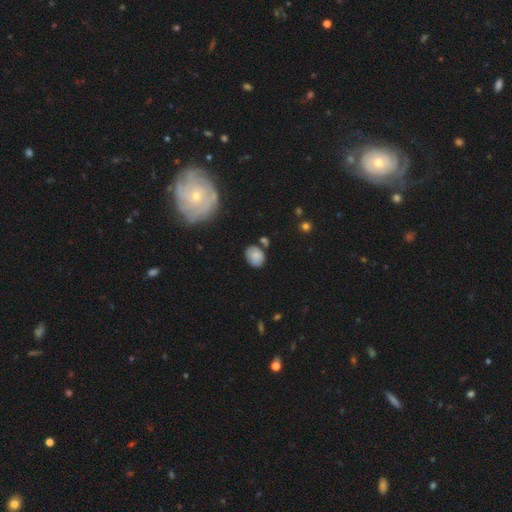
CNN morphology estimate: A smooth galaxy with no disk features (74%) that is in between round and cigar-shaped (60%). Merging: none (64%).